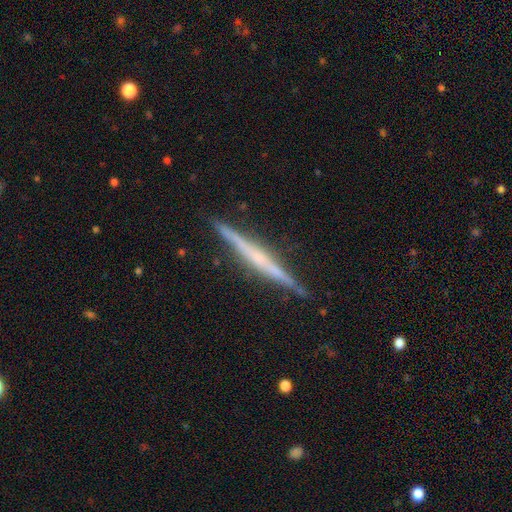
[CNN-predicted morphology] The model was most divided on "edge-on bulge": none: 45%, rounded: 41%, boxy: 15%. More confident: edge-on disk — yes (98%); merging — none (89%); smooth or featured — featured or disk (77%).